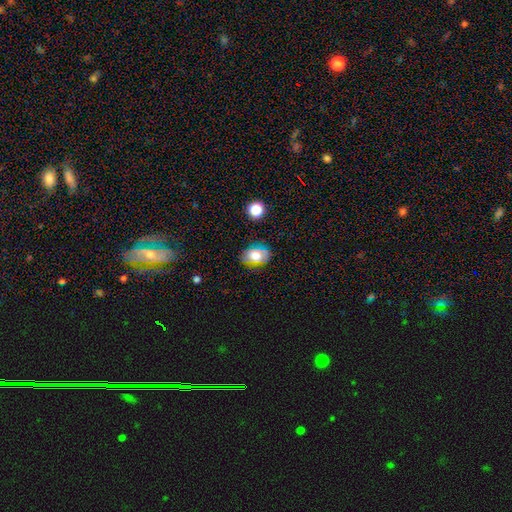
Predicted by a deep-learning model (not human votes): Smooth or featured?
  - smooth: 68% *
  - featured or disk: 19%
  - star or artifact: 13%
How rounded?
  - in between: 61% *
  - round: 37%
  - cigar-shaped: 1%
Merging?
  - none: 77% *
  - minor disturbance: 16%
  - major disturbance: 5%
  - merger: 2%